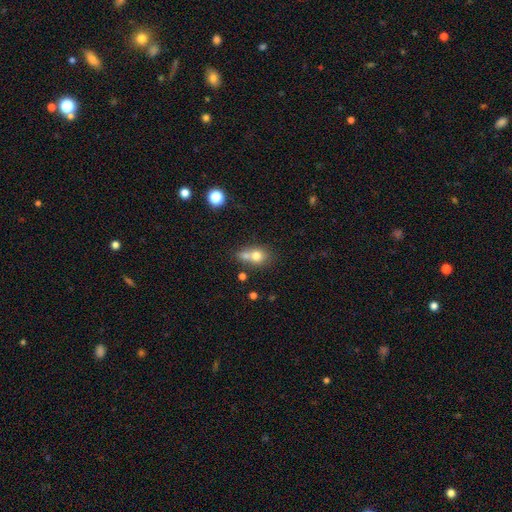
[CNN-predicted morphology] Overall: smooth (73%). How rounded: round (65%; in between 33%). Merging: merger (50%; none 35%).